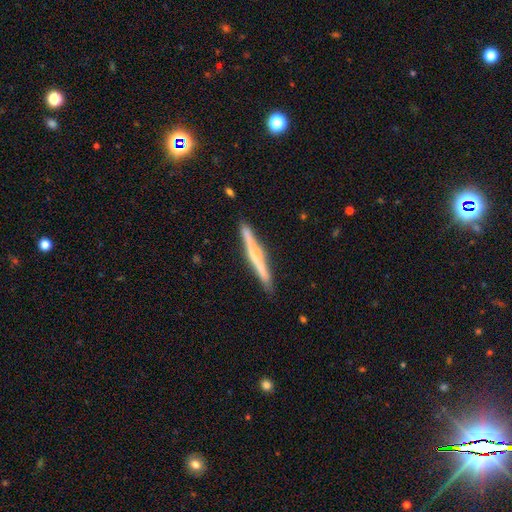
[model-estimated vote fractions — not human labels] Smooth or featured? featured or disk (60%)
Edge-on disk? yes (97%)
Edge-on bulge? rounded (44%)
Merging? none (89%)